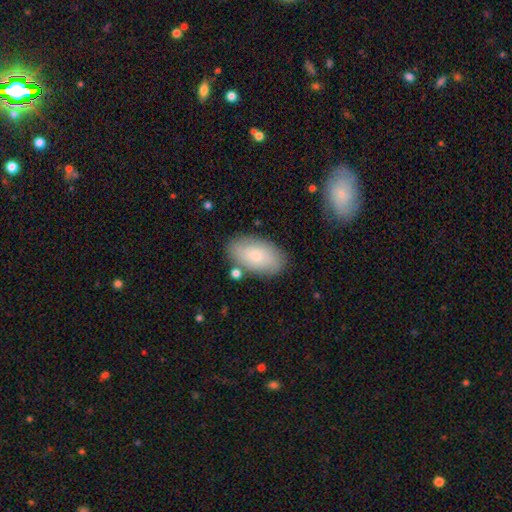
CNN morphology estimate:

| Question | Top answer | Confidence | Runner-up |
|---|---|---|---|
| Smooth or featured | smooth | 73% | featured or disk (21%) |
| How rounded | in between | 94% | round (4%) |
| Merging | none | 78% | minor disturbance (14%) |